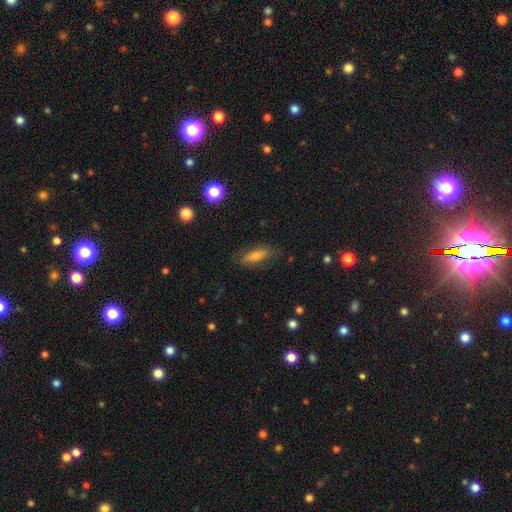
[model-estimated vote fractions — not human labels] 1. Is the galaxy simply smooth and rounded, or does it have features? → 58% smooth, 30% featured or disk, 12% star or artifact.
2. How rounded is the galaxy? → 59% in between, 37% cigar-shaped, 4% round.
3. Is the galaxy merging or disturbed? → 77% none, 17% minor disturbance, 5% major disturbance, 1% merger.